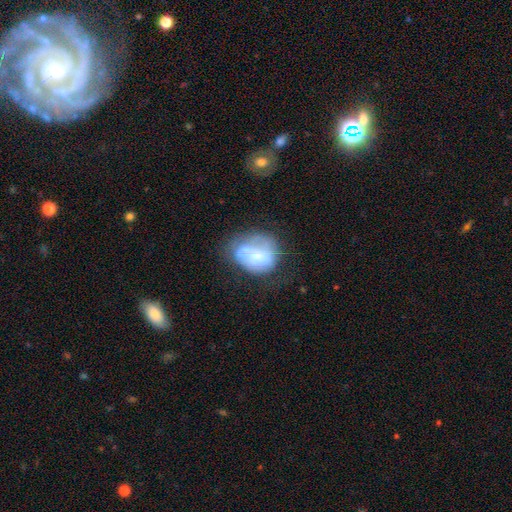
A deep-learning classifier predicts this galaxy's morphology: The model was most divided on "smooth or featured": smooth: 49%, featured or disk: 42%, star or artifact: 9%. Remaining: merging — none (32%).